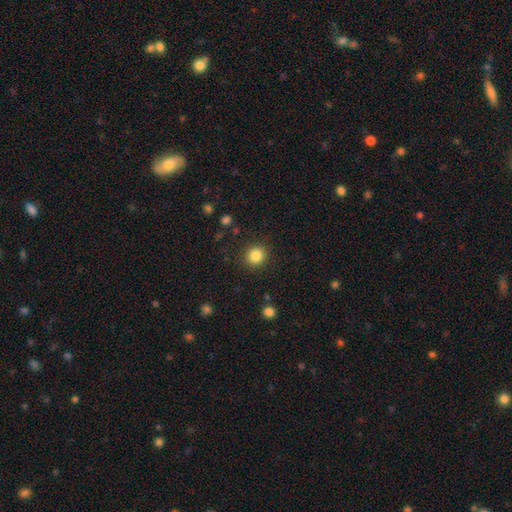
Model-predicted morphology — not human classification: Smooth or featured: smooth — 85% (star or artifact — 11%)
How rounded: round — 90% (in between — 9%)
Merging: none — 90% (minor disturbance — 6%)